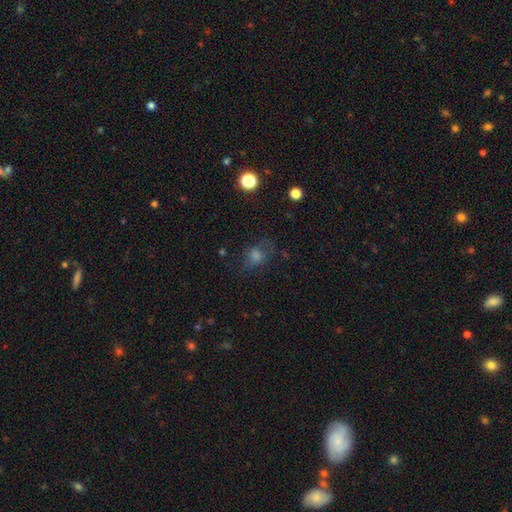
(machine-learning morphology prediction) smooth 59%, star or artifact 24%, featured or disk 17%. Down the decision tree: how rounded — round (59%); merging — none (64%).